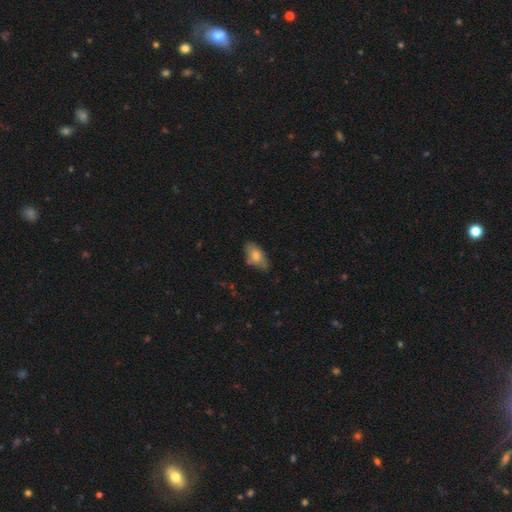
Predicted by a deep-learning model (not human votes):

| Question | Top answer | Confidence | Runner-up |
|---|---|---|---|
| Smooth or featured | smooth | 67% | featured or disk (25%) |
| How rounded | in between | 91% | round (6%) |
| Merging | none | 61% | minor disturbance (30%) |